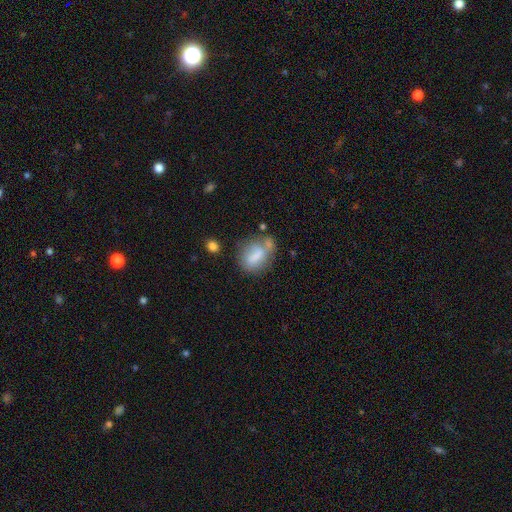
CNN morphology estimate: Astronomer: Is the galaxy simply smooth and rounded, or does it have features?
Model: smooth — 66%.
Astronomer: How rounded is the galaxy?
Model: in between — 66%.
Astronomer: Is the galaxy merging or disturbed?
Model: none — 41% (runner-up: minor disturbance, 25%).